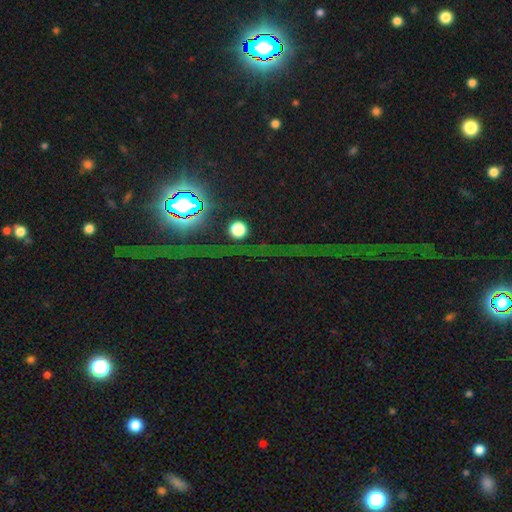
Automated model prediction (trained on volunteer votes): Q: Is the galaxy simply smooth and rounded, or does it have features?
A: star or artifact — 79%.